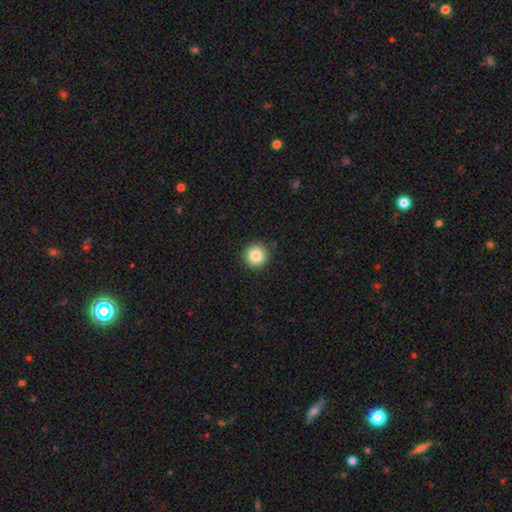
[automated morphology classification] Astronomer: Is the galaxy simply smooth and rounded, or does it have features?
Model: smooth — 85%.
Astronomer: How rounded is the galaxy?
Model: round — 96%.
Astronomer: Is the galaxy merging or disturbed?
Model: none — 92%.